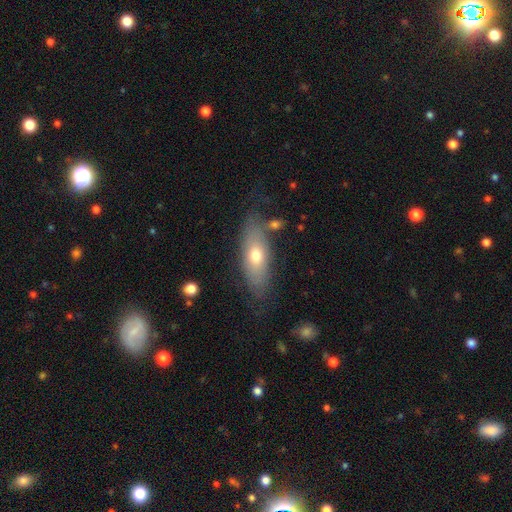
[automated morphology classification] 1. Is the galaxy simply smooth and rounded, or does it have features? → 62% smooth, 31% featured or disk, 7% star or artifact.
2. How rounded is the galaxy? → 72% in between, 24% cigar-shaped, 4% round.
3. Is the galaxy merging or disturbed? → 71% none, 18% minor disturbance, 6% major disturbance, 5% merger.